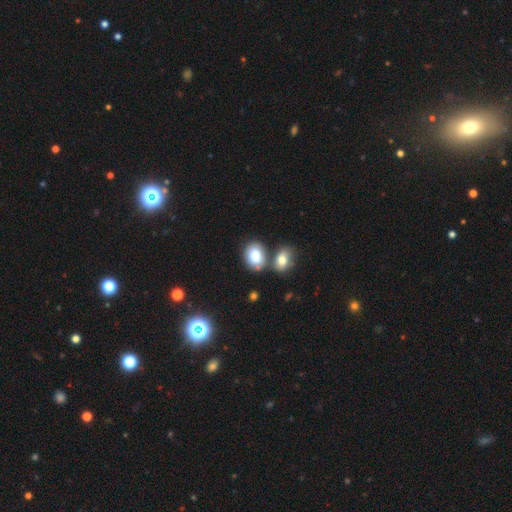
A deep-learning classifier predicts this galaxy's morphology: Smooth or featured? Predicted: smooth (p=0.81). How rounded? Predicted: in between (p=0.65). Merging? Predicted: none (p=0.51).